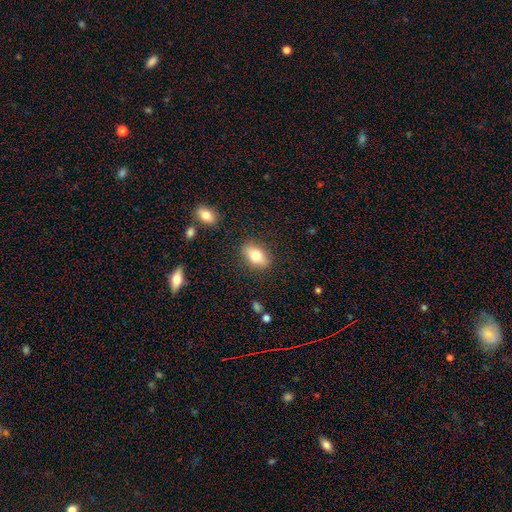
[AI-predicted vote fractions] Smooth or featured: smooth — 77% (featured or disk — 16%)
How rounded: in between — 85% (round — 10%)
Merging: none — 84% (minor disturbance — 11%)